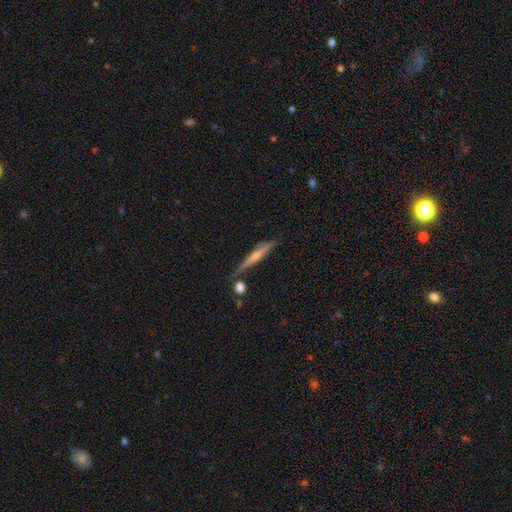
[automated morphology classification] Smooth or featured? Predicted: featured or disk (p=0.51). Edge-on disk? Predicted: yes (p=0.94). Merging? Predicted: none (p=0.73).